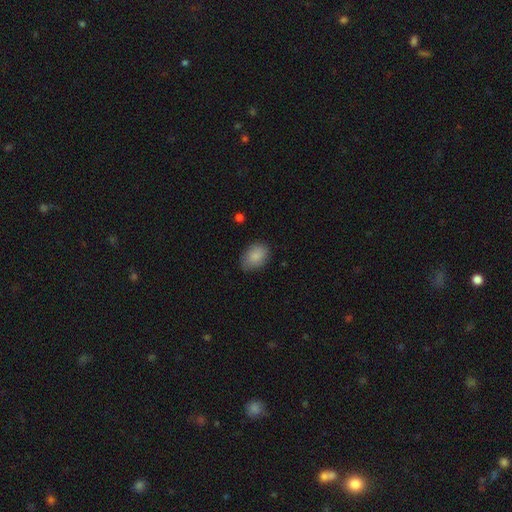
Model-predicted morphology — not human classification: type=smooth (87%); roundness=in between (84%); merging=none (79%).